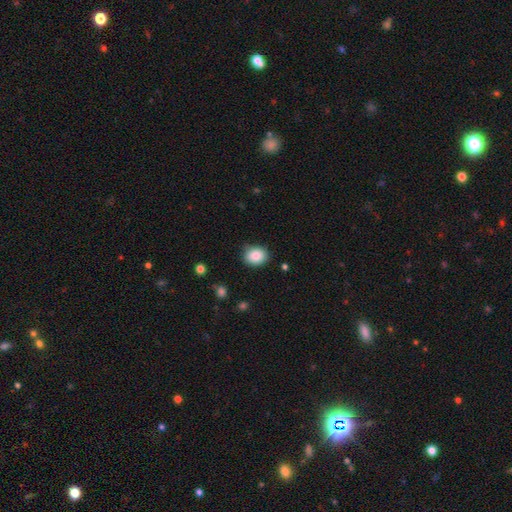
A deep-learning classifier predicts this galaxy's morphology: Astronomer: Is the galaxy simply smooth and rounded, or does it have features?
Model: smooth — 85%.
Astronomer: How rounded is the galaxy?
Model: round — 51% (runner-up: in between, 48%).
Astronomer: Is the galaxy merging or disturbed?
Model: none — 82%.